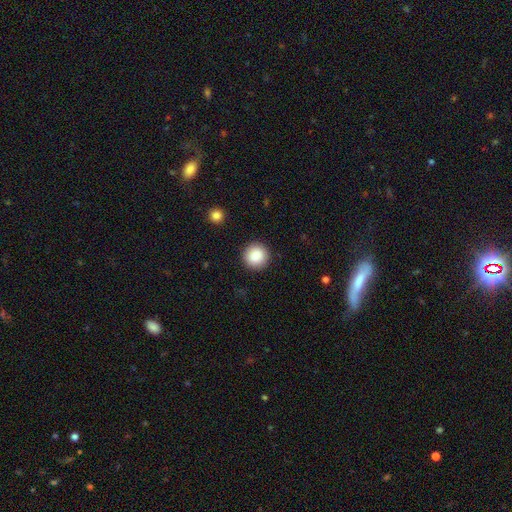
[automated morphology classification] Q: Smooth or featured?
A: smooth (87%); runner-up: star or artifact (9%)
Q: How rounded?
A: round (95%); runner-up: in between (4%)
Q: Merging?
A: none (92%); runner-up: minor disturbance (5%)